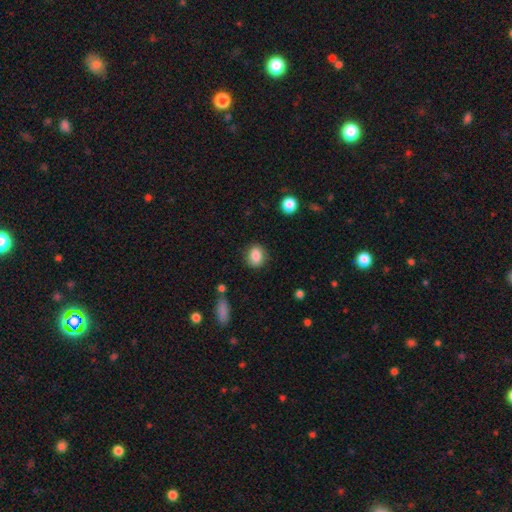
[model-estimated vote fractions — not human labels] smooth 85%, star or artifact 8%, featured or disk 7%. Down the decision tree: how rounded — round (49%, tied with in between); merging — none (83%).